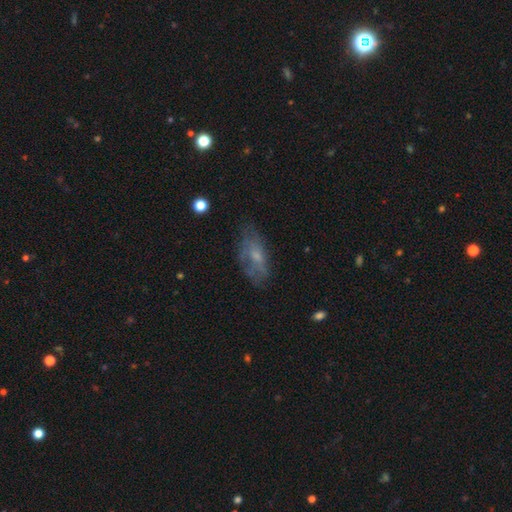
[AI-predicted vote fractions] Q: Smooth or featured?
A: smooth (50%); runner-up: featured or disk (41%)
Q: How rounded?
A: in between (84%); runner-up: cigar-shaped (12%)
Q: Merging?
A: none (60%); runner-up: minor disturbance (26%)